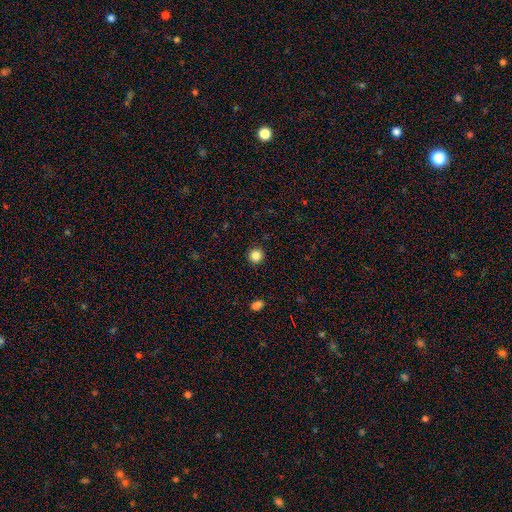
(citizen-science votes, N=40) This appears to be a smooth galaxy with no disk features (85%) that is round (97%). Merging: none (94%).